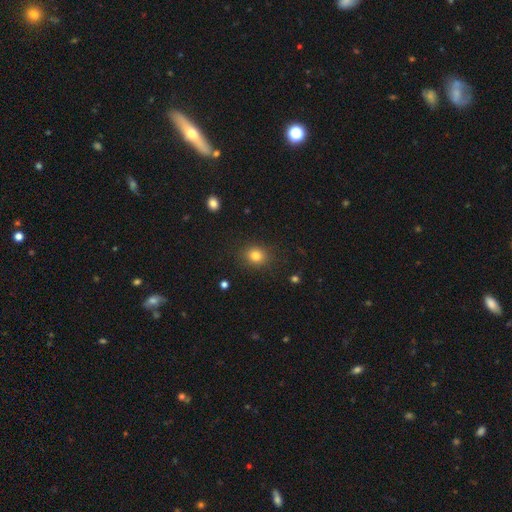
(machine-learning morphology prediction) Q: Smooth or featured?
A: smooth (81%); runner-up: star or artifact (12%)
Q: How rounded?
A: round (69%); runner-up: in between (30%)
Q: Merging?
A: none (87%); runner-up: minor disturbance (9%)